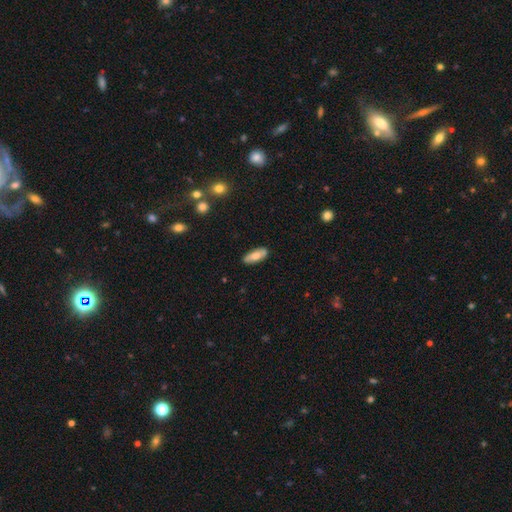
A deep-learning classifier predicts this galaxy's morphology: This appears to be a smooth galaxy with no disk features (74%) that is in between round and cigar-shaped (75%). Merging: none (87%).